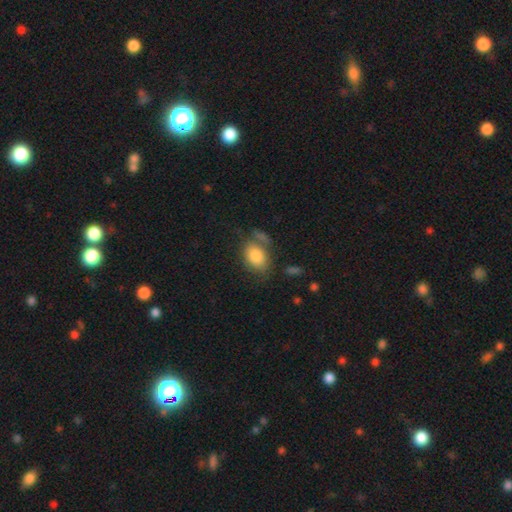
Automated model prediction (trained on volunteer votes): Smooth or featured: smooth — 82% (featured or disk — 11%)
How rounded: in between — 80% (round — 19%)
Merging: none — 56% (minor disturbance — 21%)